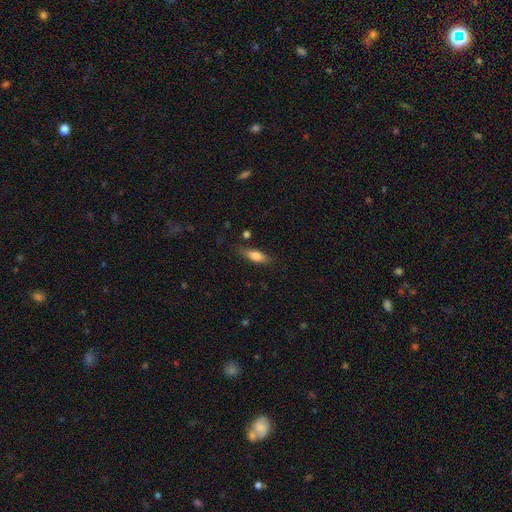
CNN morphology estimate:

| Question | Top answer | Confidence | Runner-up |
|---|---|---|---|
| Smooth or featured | smooth | 75% | featured or disk (18%) |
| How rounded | in between | 62% | cigar-shaped (35%) |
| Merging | none | 78% | minor disturbance (16%) |